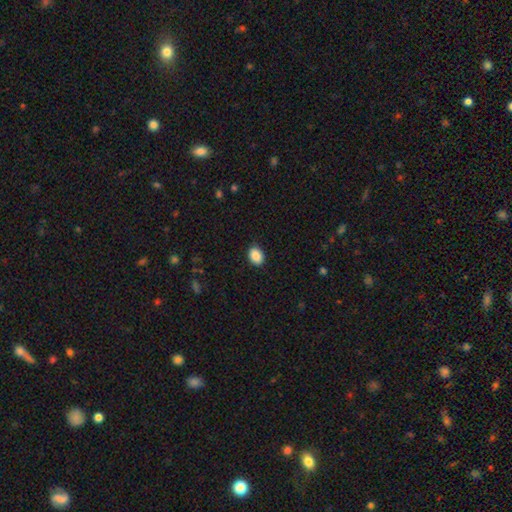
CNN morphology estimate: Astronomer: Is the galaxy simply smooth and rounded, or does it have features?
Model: smooth — 89%.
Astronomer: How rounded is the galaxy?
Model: in between — 72%.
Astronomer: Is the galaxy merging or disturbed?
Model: none — 88%.